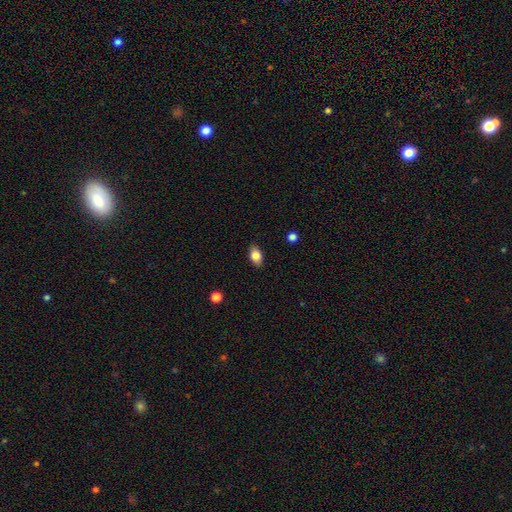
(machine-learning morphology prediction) This appears to be a smooth galaxy with no disk features (81%) that is in between round and cigar-shaped (85%). Merging: none (86%).